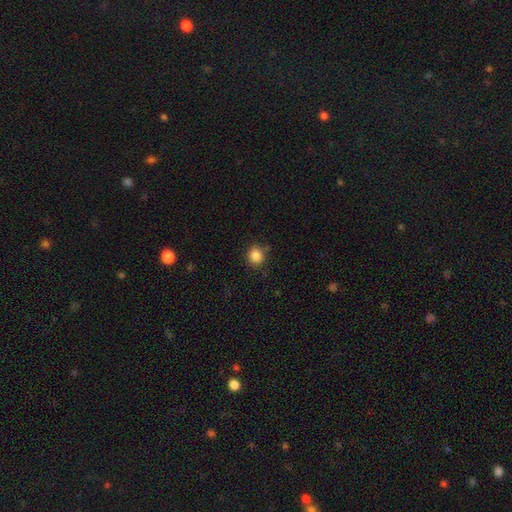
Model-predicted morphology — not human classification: Smooth or featured: smooth — 86% (star or artifact — 10%)
How rounded: round — 83% (in between — 16%)
Merging: none — 85% (minor disturbance — 10%)